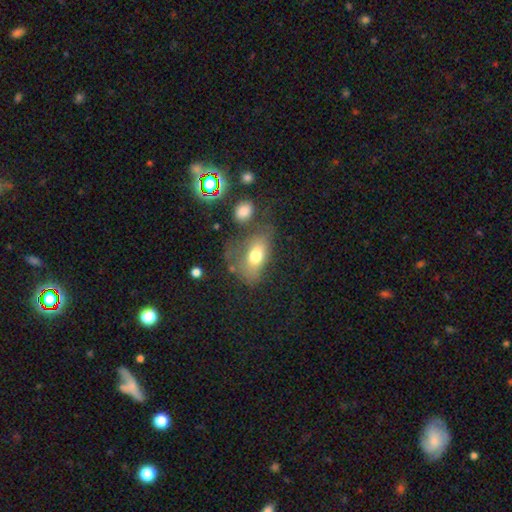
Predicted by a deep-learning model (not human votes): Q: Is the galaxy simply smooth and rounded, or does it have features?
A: smooth — 68%.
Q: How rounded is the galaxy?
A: in between — 83%.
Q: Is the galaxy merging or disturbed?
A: none — 37%.